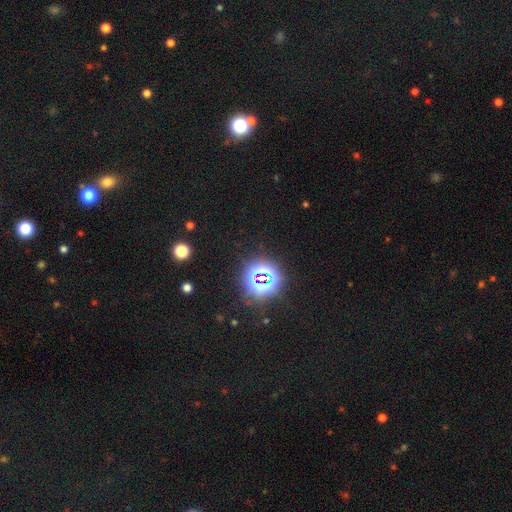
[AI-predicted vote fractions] The model was most divided on "smooth or featured": star or artifact: 78%, smooth: 16%, featured or disk: 6%.